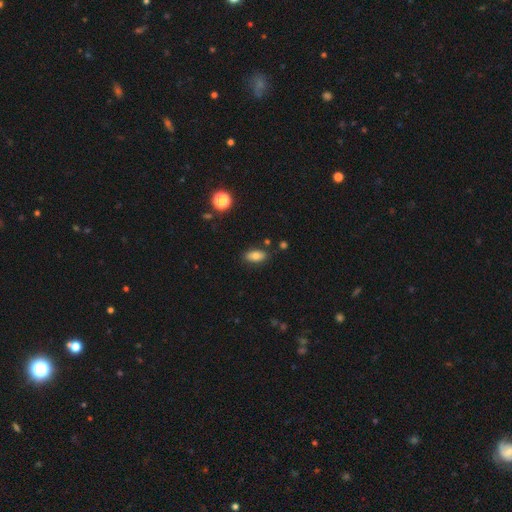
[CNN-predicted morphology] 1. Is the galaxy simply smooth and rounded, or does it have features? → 78% smooth, 12% featured or disk, 10% star or artifact.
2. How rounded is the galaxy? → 90% in between, 6% round, 5% cigar-shaped.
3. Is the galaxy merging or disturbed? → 82% none, 12% minor disturbance, 3% merger, 3% major disturbance.